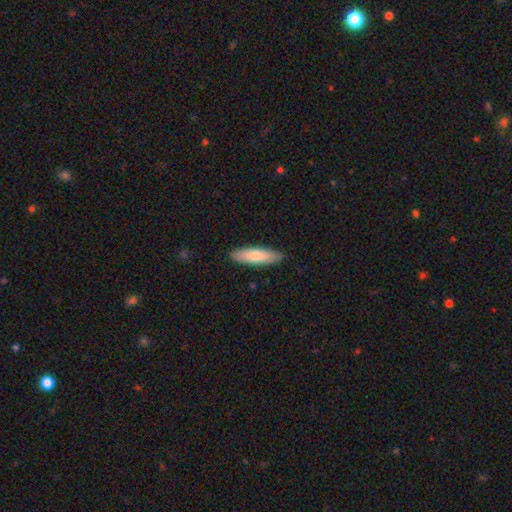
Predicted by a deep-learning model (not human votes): This appears to be a smooth galaxy with no disk features (80%) that is cigar-shaped (60%). Merging: none (88%).